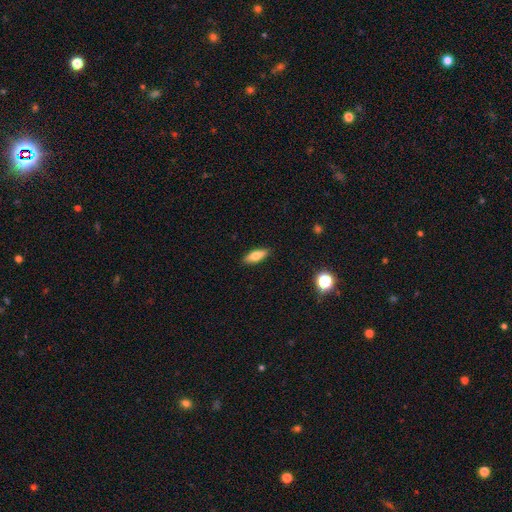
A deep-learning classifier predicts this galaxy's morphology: Q: Smooth or featured?
A: smooth (64%); runner-up: featured or disk (28%)
Q: How rounded?
A: in between (63%); runner-up: cigar-shaped (34%)
Q: Merging?
A: none (89%); runner-up: minor disturbance (8%)